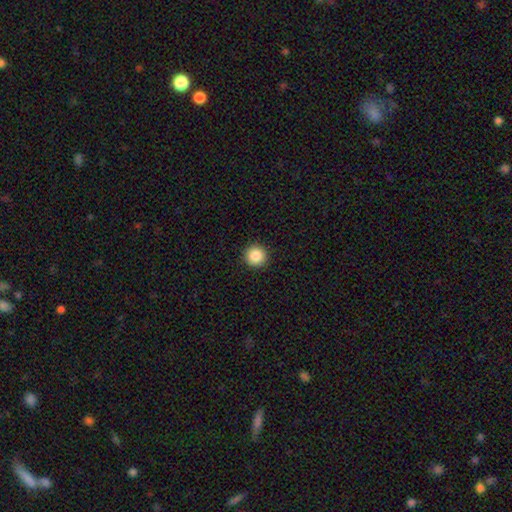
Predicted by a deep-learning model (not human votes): The model was most divided on "smooth or featured": smooth: 87%, star or artifact: 9%, featured or disk: 4%. More confident: how rounded — round (96%); merging — none (93%).